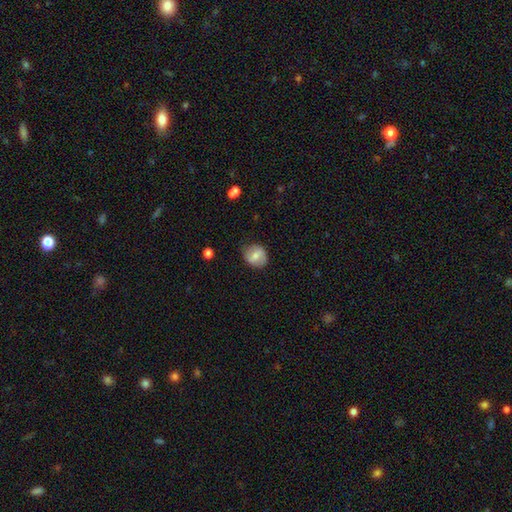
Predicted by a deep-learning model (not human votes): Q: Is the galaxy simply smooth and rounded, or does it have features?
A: smooth — 63%.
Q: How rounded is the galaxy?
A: round — 65%.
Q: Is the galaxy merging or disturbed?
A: none — 77%.